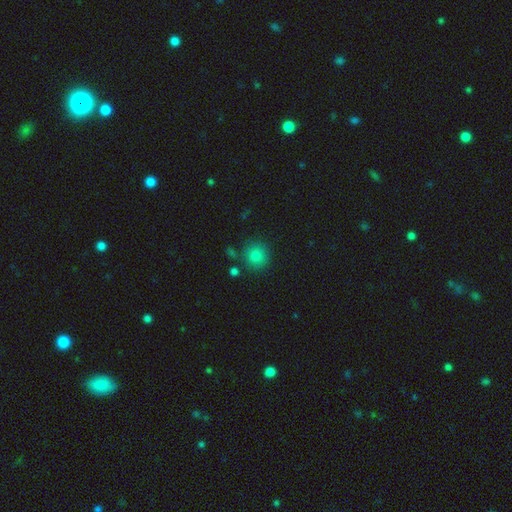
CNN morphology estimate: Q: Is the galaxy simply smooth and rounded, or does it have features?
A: smooth — 81%.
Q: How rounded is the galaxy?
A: round — 90%.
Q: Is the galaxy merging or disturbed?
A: none — 81%.